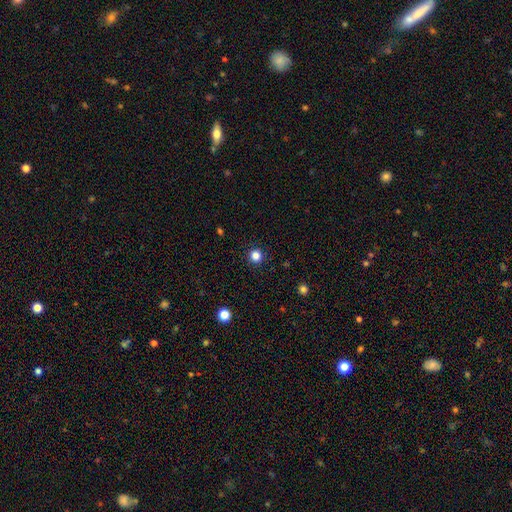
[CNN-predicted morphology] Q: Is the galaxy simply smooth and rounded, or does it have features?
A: smooth — 83%.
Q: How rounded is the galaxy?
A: round — 95%.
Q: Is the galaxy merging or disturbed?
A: none — 93%.